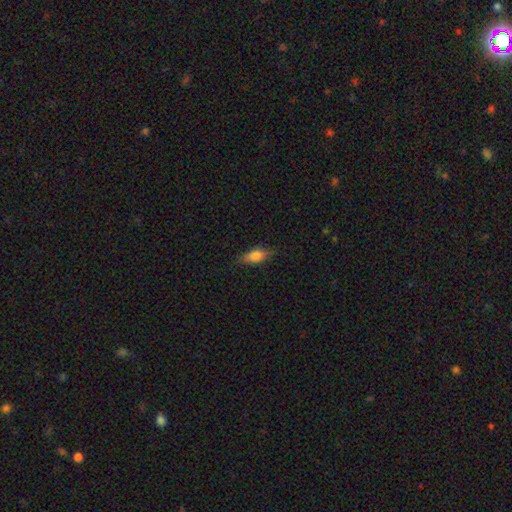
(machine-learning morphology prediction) smooth 72%, featured or disk 20%, star or artifact 8%. Down the decision tree: how rounded — in between (74%); merging — none (78%).